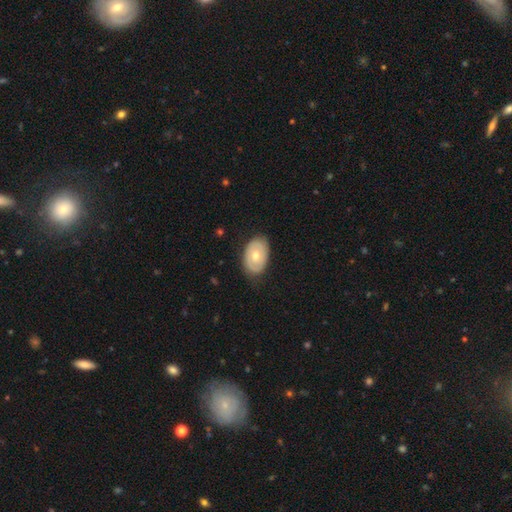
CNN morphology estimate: smooth_or_featured: smooth (p=0.50) [alt: featured or disk p=0.44]
how_rounded: in between (p=0.86) [alt: round p=0.13]
merging: none (p=0.79) [alt: minor disturbance p=0.17]